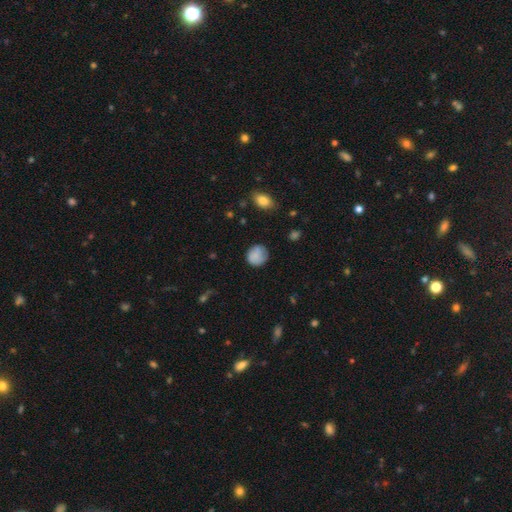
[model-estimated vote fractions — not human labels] This appears to be a smooth galaxy with no disk features (81%) that is round (81%). Merging: none (68%).